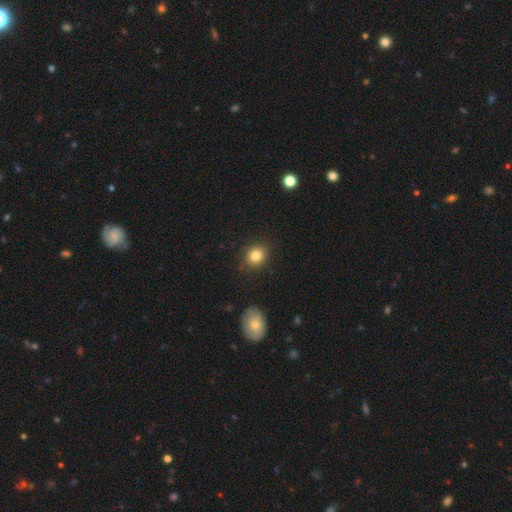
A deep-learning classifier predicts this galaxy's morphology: The model was most divided on "how rounded": round: 73%, in between: 26%, cigar-shaped: 1%. More confident: merging — none (85%); smooth or featured — smooth (83%).